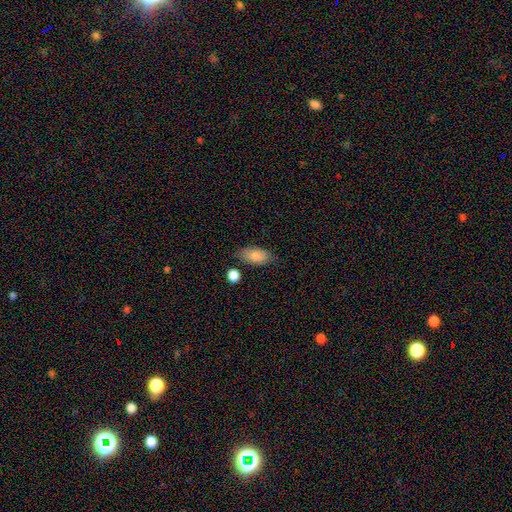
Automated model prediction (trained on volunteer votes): Smooth or featured? smooth (83%)
How rounded? in between (91%)
Merging? none (75%)